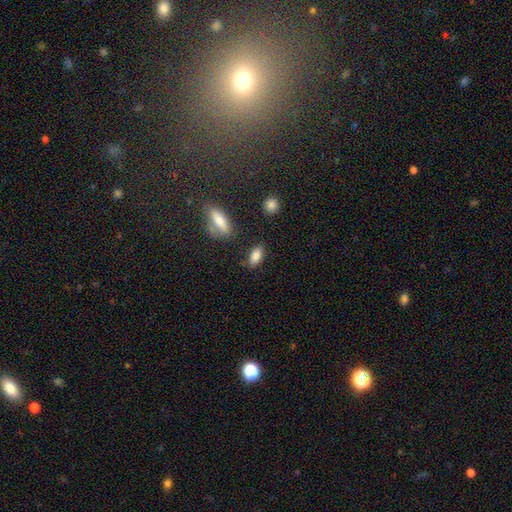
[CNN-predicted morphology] smooth 85%, star or artifact 8%, featured or disk 7%. Down the decision tree: how rounded — in between (86%); merging — none (78%).